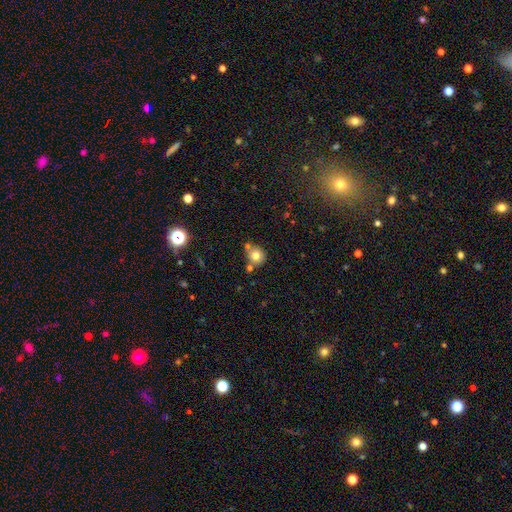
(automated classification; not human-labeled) smooth-or-featured: smooth: 76% | star or artifact: 12% | featured or disk: 12%
  how-rounded: round: 84% | in between: 15% | cigar-shaped: 1%
  merging: none: 59% | merger: 22% | minor disturbance: 15% | major disturbance: 4%